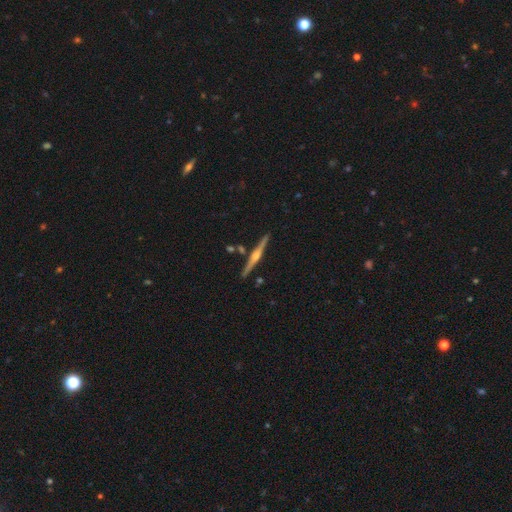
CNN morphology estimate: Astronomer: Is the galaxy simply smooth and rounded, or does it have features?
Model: featured or disk — 81%.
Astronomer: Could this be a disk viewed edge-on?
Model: yes — 99%.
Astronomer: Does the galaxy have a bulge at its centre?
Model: rounded — 90%.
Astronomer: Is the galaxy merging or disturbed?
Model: none — 89%.